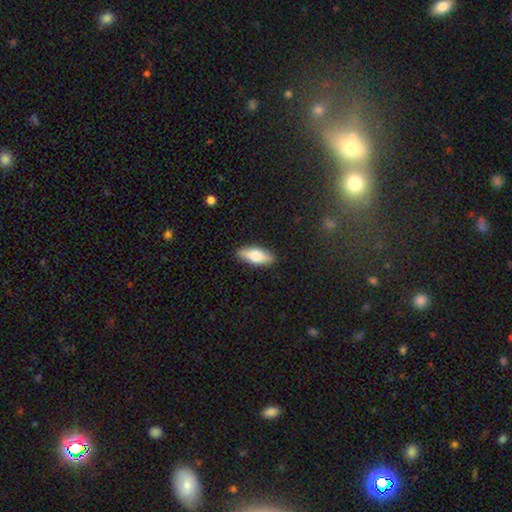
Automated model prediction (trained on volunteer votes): Smooth or featured?
  - smooth: 70% *
  - featured or disk: 24%
  - star or artifact: 6%
How rounded?
  - in between: 69% *
  - cigar-shaped: 29%
  - round: 3%
Merging?
  - none: 89% *
  - minor disturbance: 8%
  - major disturbance: 2%
  - merger: 1%